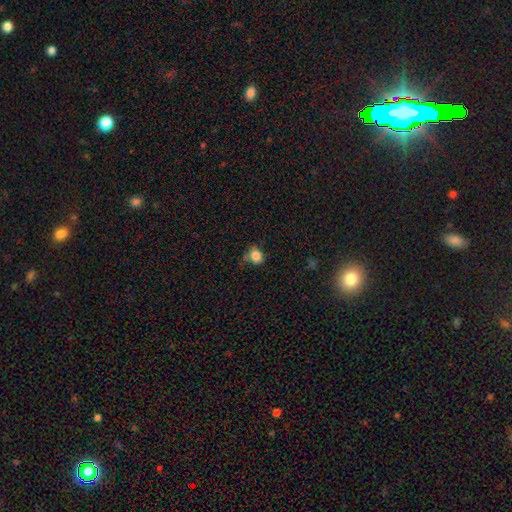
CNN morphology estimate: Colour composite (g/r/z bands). It shows a smooth galaxy with no disk features (83%) that is round (77%). Merging: none (67%).